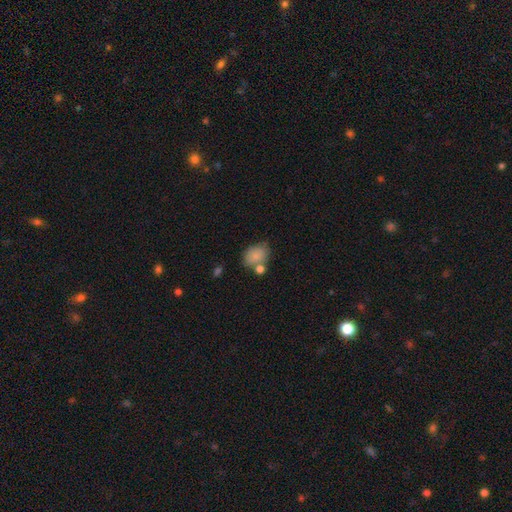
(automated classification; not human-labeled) Smooth or featured? Predicted: smooth (p=0.82). How rounded? Predicted: in between (p=0.60). Merging? Predicted: none (p=0.52).